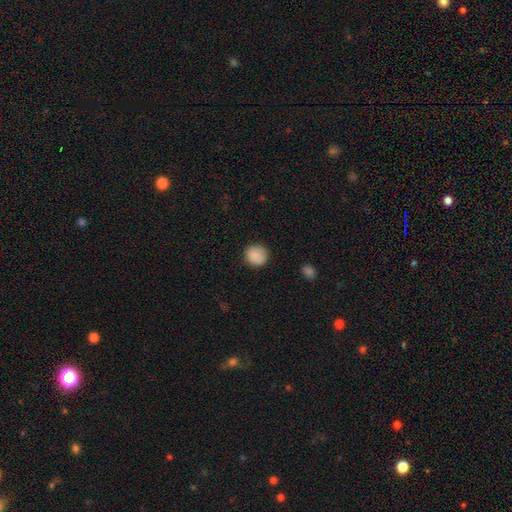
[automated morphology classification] Smooth or featured: smooth — 88% (star or artifact — 8%)
How rounded: round — 90% (in between — 9%)
Merging: none — 89% (minor disturbance — 8%)